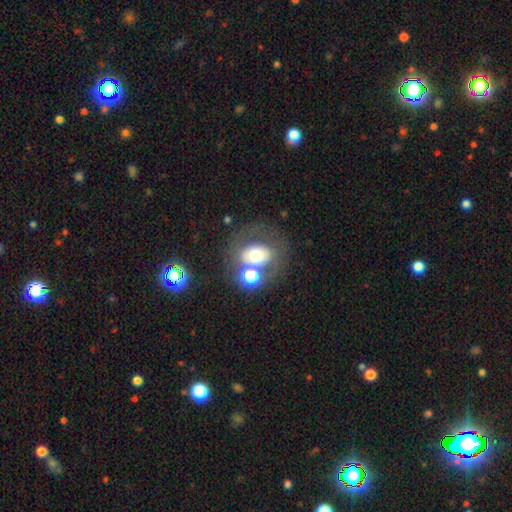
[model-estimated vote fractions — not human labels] A smooth galaxy with no disk features (48%). Merging: none (47%).